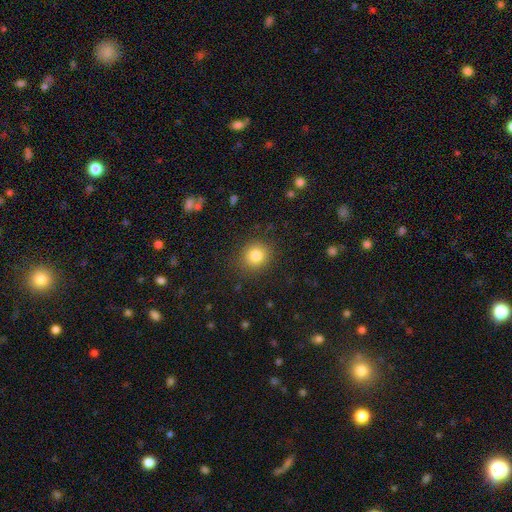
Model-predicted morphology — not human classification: Smooth or featured? smooth (82%)
How rounded? round (88%)
Merging? none (88%)